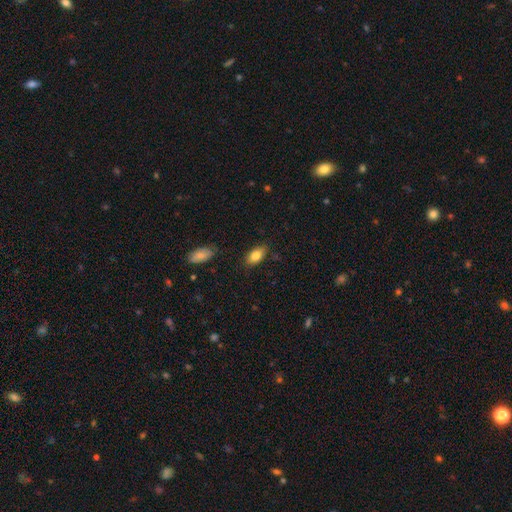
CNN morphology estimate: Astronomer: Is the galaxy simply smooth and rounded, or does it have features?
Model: smooth — 82%.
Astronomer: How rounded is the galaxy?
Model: in between — 90%.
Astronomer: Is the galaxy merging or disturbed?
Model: none — 81%.